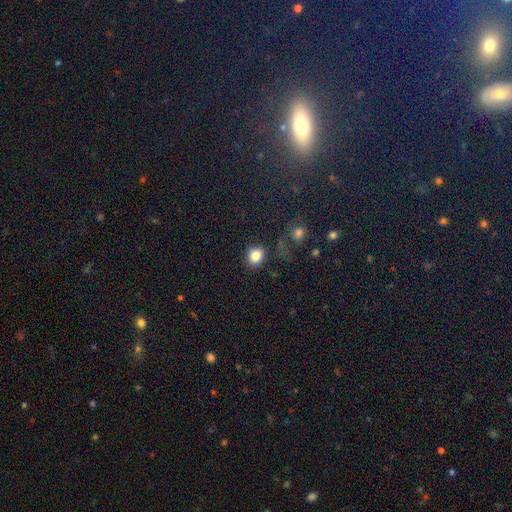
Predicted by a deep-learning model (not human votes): Smooth or featured? smooth (84%)
How rounded? round (66%)
Merging? none (77%)